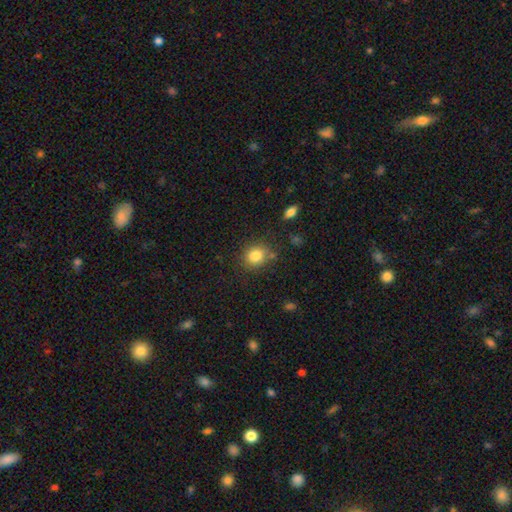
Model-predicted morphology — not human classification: Smooth or featured? Predicted: smooth (p=0.84). How rounded? Predicted: round (p=0.71). Merging? Predicted: none (p=0.78).